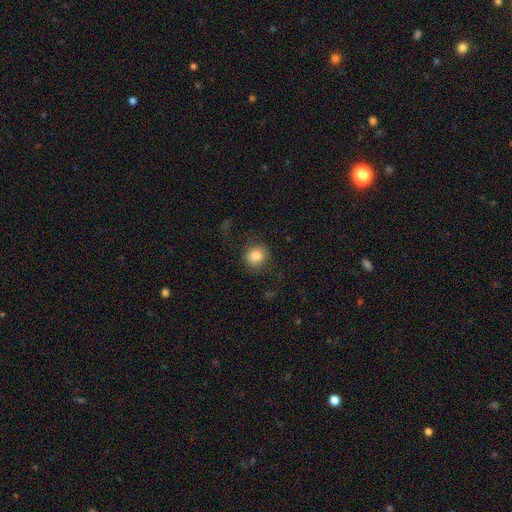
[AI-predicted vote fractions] This appears to be a smooth galaxy with no disk features (83%) that is round (87%). Merging: none (83%).